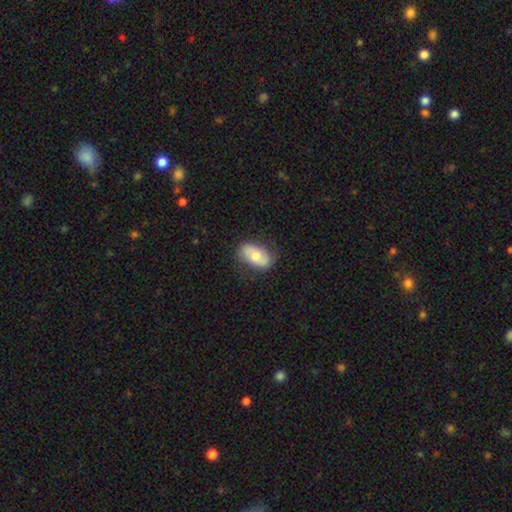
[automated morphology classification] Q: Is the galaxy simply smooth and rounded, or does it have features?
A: smooth — 59%.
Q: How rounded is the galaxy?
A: in between — 91%.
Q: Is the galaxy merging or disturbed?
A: none — 77%.